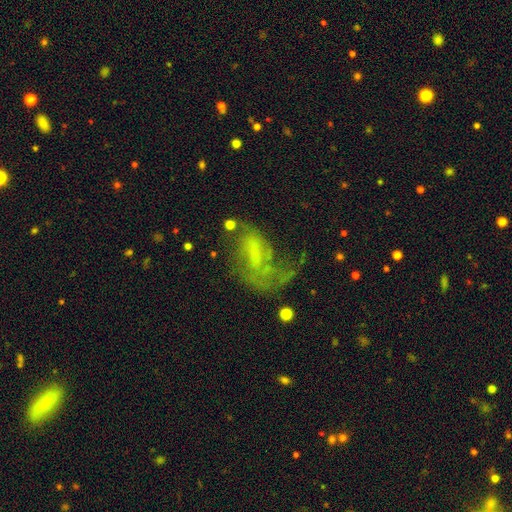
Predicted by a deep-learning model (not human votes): Morphology: type=featured or disk (53%); edge-on=no (94%); merging=major disturbance (46%).